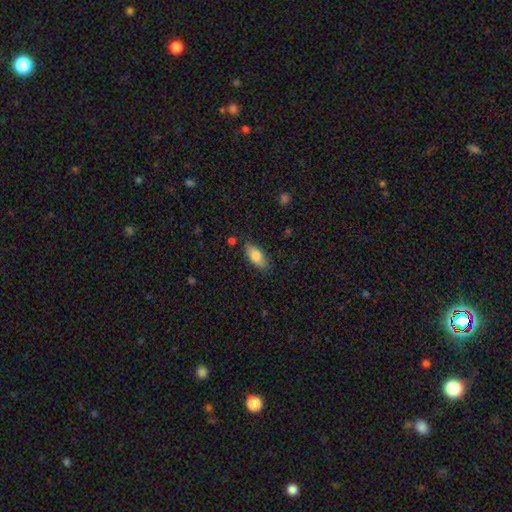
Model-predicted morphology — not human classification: A smooth galaxy with no disk features (80%) that is in between round and cigar-shaped (85%).

Vote fractions:
- Smooth or featured? smooth: 80% / featured or disk: 14% / star or artifact: 7%
- How rounded? in between: 85% / cigar-shaped: 12% / round: 3%
- Merging? none: 83% / minor disturbance: 13% / major disturbance: 2% / merger: 2%